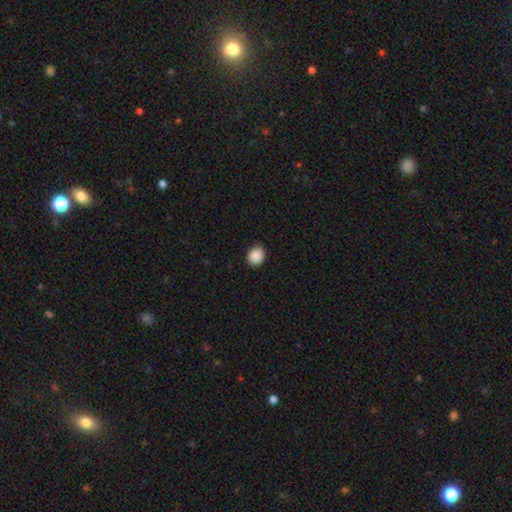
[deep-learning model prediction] This appears to be a smooth galaxy with no disk features (89%) that is round (70%). Merging: none (89%).